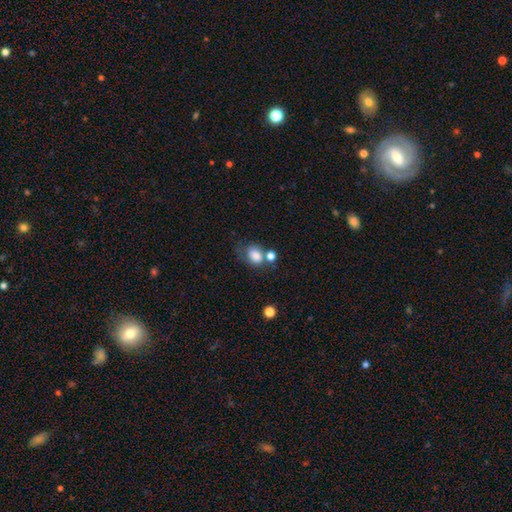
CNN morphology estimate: Smooth or featured?
  - smooth: 81% *
  - star or artifact: 10%
  - featured or disk: 9%
How rounded?
  - in between: 63% *
  - round: 36%
  - cigar-shaped: 1%
Merging?
  - none: 42% *
  - merger: 27%
  - minor disturbance: 20%
  - major disturbance: 11%